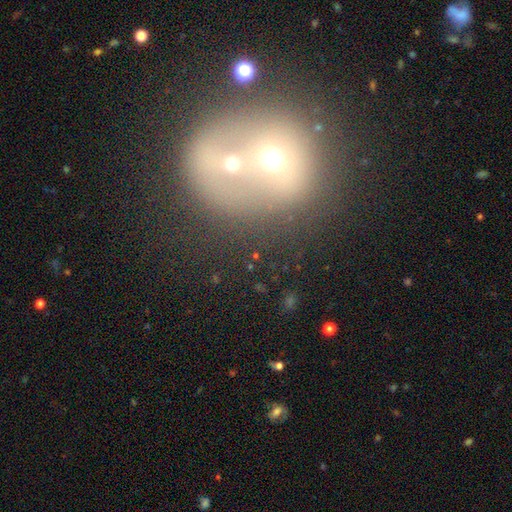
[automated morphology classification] type=smooth (41%); merging=none (57%).